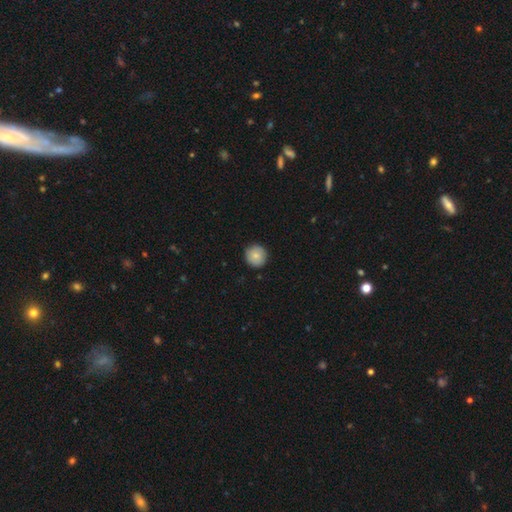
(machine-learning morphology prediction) This is clearly a smooth galaxy (83%). How rounded: clearly round (94%). Merging: clearly none (89%).